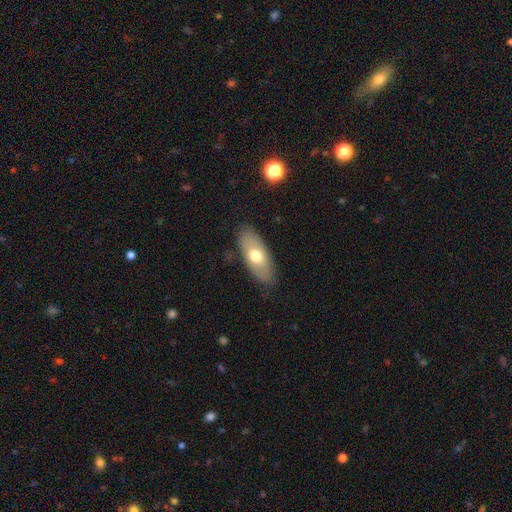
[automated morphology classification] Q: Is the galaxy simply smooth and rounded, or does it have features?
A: smooth — 64%.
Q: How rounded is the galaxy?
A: in between — 84%.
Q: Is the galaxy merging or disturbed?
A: none — 82%.